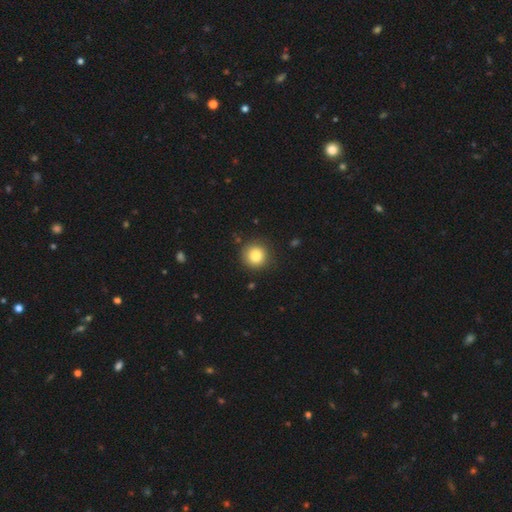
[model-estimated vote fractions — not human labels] A smooth galaxy with no disk features (83%) that is round (94%). Merging: none (87%).